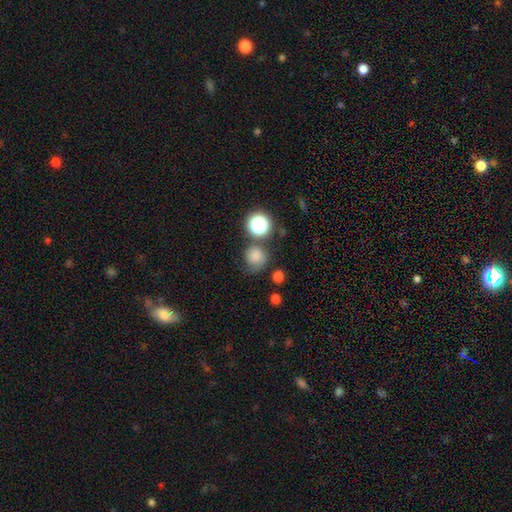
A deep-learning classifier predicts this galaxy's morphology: Overall: smooth (76%). How rounded: round (88%). Merging: none (61%).